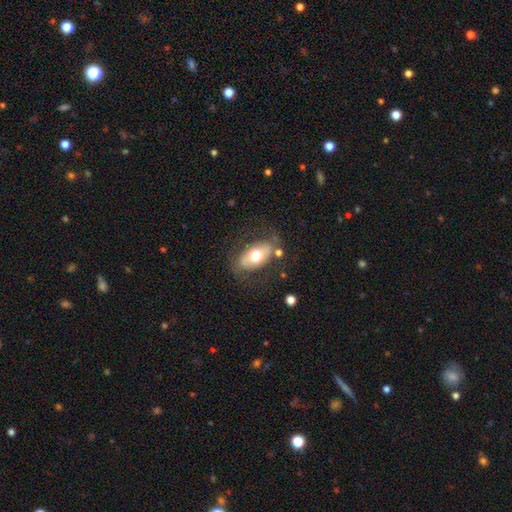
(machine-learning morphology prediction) This appears to be a smooth galaxy with no disk features (53%) that is in between round and cigar-shaped (90%). Merging: none (70%).